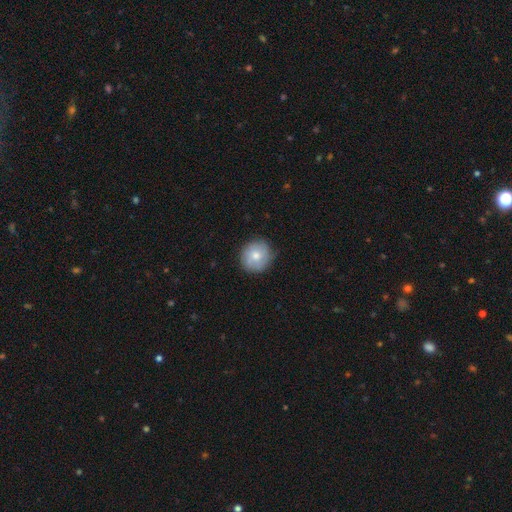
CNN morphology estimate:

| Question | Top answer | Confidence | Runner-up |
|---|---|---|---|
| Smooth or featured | smooth | 68% | featured or disk (25%) |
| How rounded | round | 90% | in between (9%) |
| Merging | none | 82% | minor disturbance (14%) |